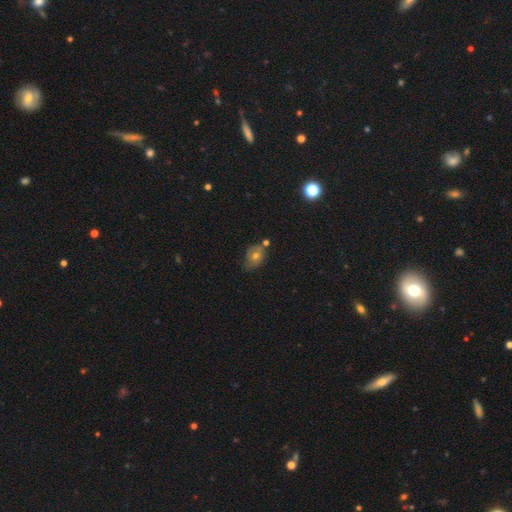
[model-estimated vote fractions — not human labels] Morphology: type=smooth (46%); merging=none (56%).